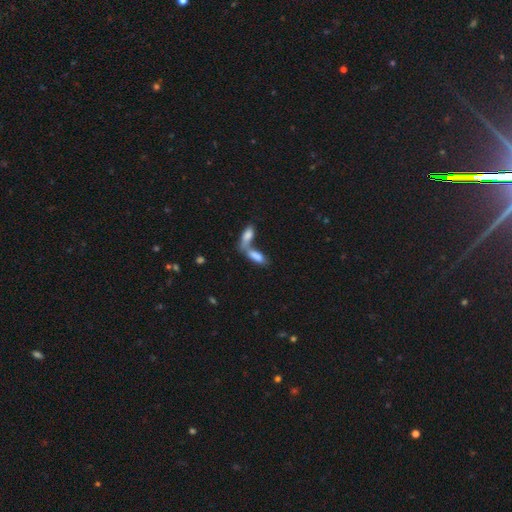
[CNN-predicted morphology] Q: Smooth or featured?
A: smooth (78%); runner-up: featured or disk (14%)
Q: How rounded?
A: in between (71%); runner-up: cigar-shaped (26%)
Q: Merging?
A: merger (66%); runner-up: none (23%)